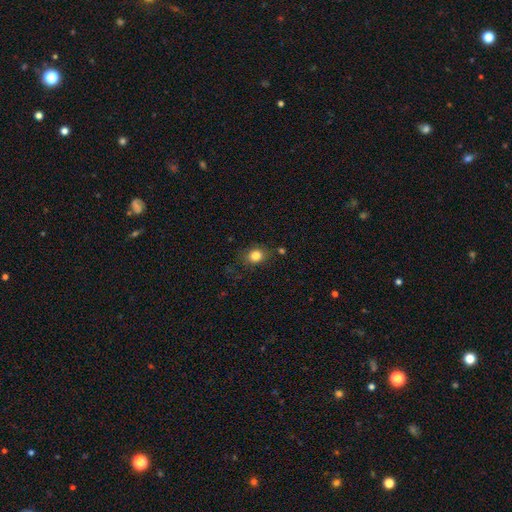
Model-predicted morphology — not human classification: smooth 82%, star or artifact 11%, featured or disk 7%. Down the decision tree: how rounded — round (63%); merging — none (78%).